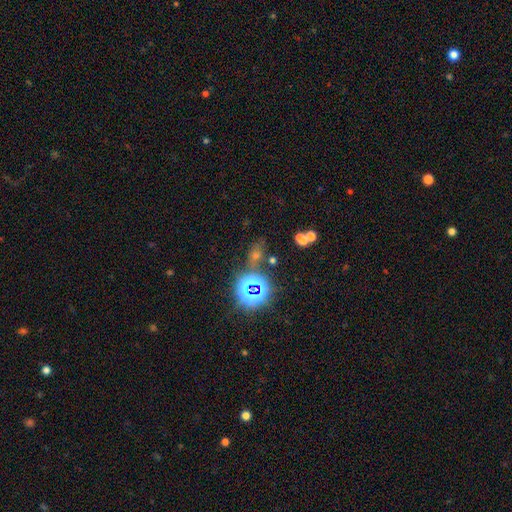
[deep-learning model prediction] Q: Smooth or featured?
A: star or artifact (60%); runner-up: smooth (28%)